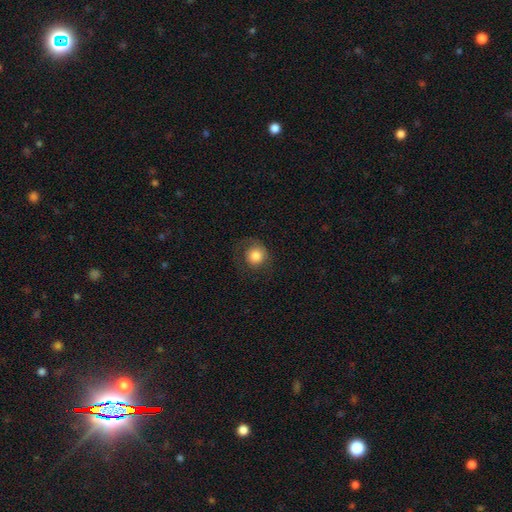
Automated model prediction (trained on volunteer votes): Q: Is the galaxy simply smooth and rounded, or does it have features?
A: smooth — 80%.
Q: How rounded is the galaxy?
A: round — 88%.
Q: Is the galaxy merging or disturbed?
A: none — 65%.